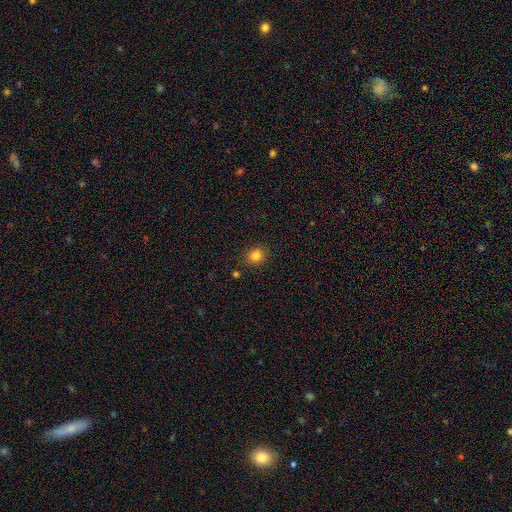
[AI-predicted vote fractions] A smooth galaxy with no disk features (83%) that is round (83%).

Vote fractions:
- Smooth or featured? smooth: 83% / star or artifact: 13% / featured or disk: 5%
- How rounded? round: 83% / in between: 16% / cigar-shaped: 1%
- Merging? none: 88% / minor disturbance: 8% / major disturbance: 2% / merger: 2%